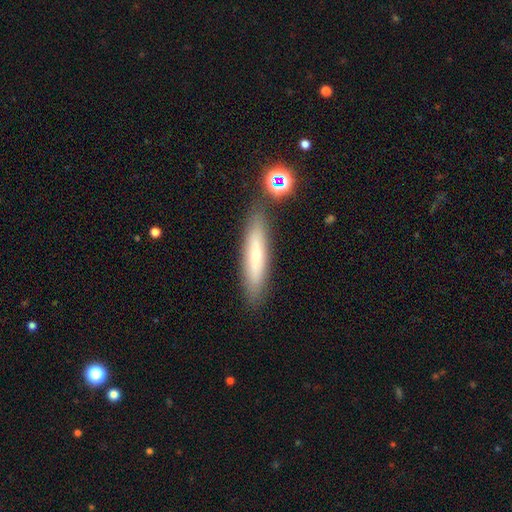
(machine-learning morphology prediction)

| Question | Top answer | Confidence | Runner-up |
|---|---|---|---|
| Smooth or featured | smooth | 57% | featured or disk (34%) |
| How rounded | cigar-shaped | 85% | in between (14%) |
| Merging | none | 83% | minor disturbance (10%) |